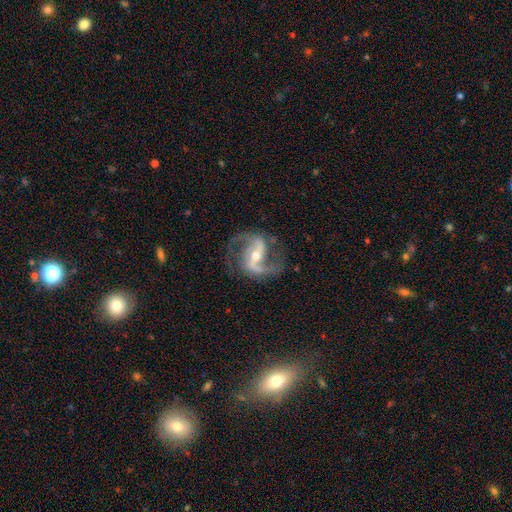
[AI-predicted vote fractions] Smooth or featured?
  - featured or disk: 92% *
  - star or artifact: 5%
  - smooth: 3%
Edge-on disk?
  - no: 98% *
  - yes: 2%
Bar?
  - strong: 46% *
  - weak: 35%
  - no: 19%
Spiral arms?
  - yes: 98% *
  - no: 2%
Spiral winding?
  - medium: 54% *
  - loose: 35%
  - tight: 11%
Spiral arm count?
  - 2: 93% *
  - 3: 2%
  - can't tell: 2%
  - 1: 1%
  - 4: 1%
  - more than 4: 1%
Bulge size?
  - moderate: 53% *
  - small: 43%
  - large: 2%
  - none: 1%
  - dominant: 1%
Merging?
  - none: 79% *
  - minor disturbance: 13%
  - major disturbance: 7%
  - merger: 1%